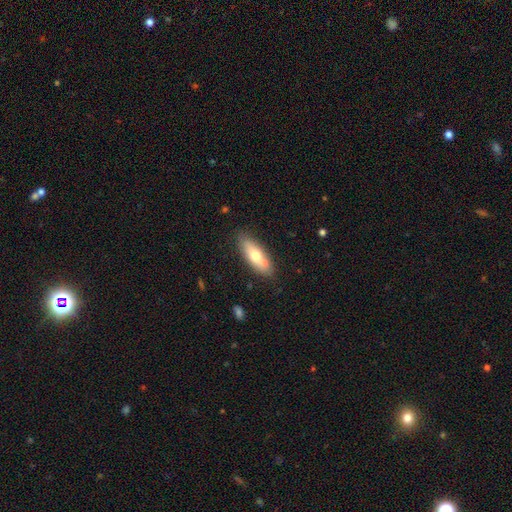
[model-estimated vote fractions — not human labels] smooth 64%, featured or disk 30%, star or artifact 6%. Down the decision tree: how rounded — in between (67%); merging — none (76%).